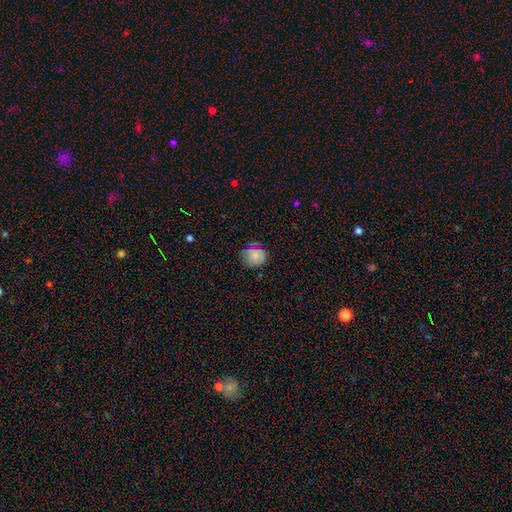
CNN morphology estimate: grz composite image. It shows a smooth galaxy with no disk features (75%) that is round (81%). Merging: none (72%).